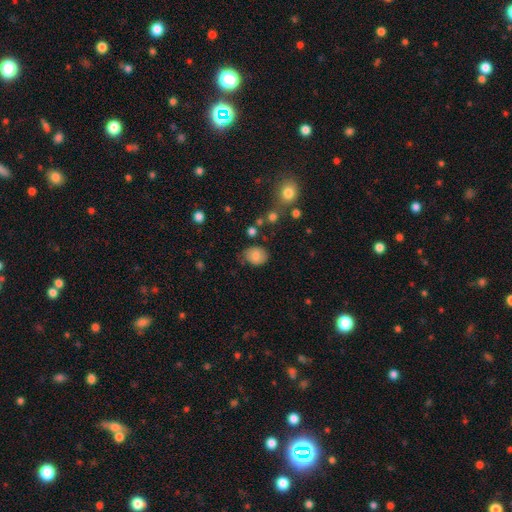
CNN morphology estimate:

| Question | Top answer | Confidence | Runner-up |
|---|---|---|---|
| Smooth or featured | smooth | 81% | featured or disk (10%) |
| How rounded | round | 51% | in between (48%) |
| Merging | none | 71% | minor disturbance (21%) |